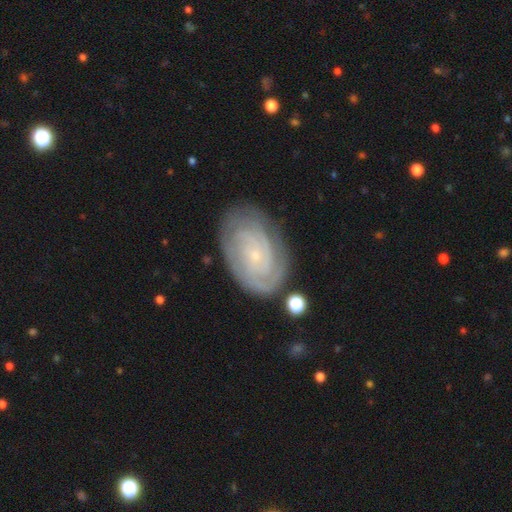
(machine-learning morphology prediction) Smooth or featured?
  - featured or disk: 82% *
  - smooth: 12%
  - star or artifact: 6%
Edge-on disk?
  - no: 97% *
  - yes: 3%
Bar?
  - no: 76% *
  - weak: 20%
  - strong: 4%
Spiral arms?
  - yes: 95% *
  - no: 5%
Spiral winding?
  - tight: 80% *
  - medium: 17%
  - loose: 4%
Spiral arm count?
  - can't tell: 35% *
  - 2: 26%
  - 3: 16%
  - 4: 11%
  - more than 4: 6%
  - 1: 6%
Bulge size?
  - small: 86% *
  - moderate: 9%
  - none: 3%
  - large: 1%
  - dominant: 1%
Merging?
  - none: 76% *
  - minor disturbance: 17%
  - major disturbance: 5%
  - merger: 2%